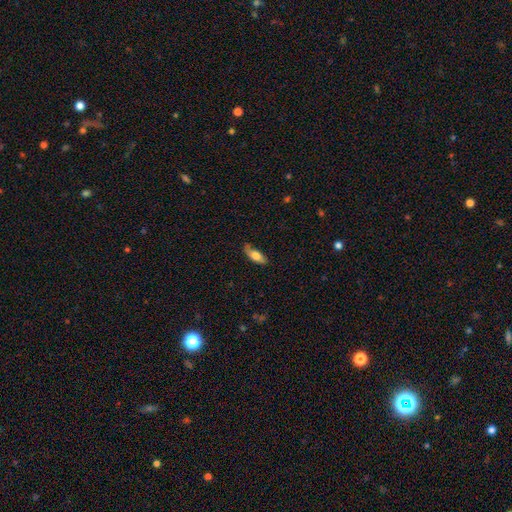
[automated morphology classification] Smooth or featured?
  - smooth: 70% *
  - featured or disk: 24%
  - star or artifact: 6%
How rounded?
  - in between: 70% *
  - cigar-shaped: 28%
  - round: 2%
Merging?
  - none: 74% *
  - minor disturbance: 20%
  - major disturbance: 4%
  - merger: 2%